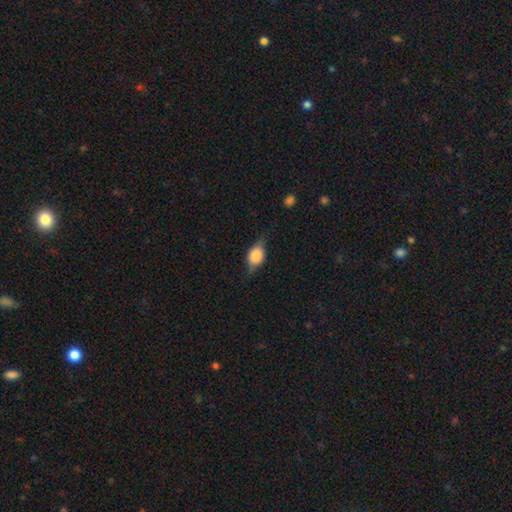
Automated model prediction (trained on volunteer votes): Smooth or featured?
  - smooth: 57% *
  - featured or disk: 34%
  - star or artifact: 9%
How rounded?
  - in between: 62% *
  - round: 33%
  - cigar-shaped: 5%
Merging?
  - none: 66% *
  - minor disturbance: 24%
  - major disturbance: 8%
  - merger: 1%